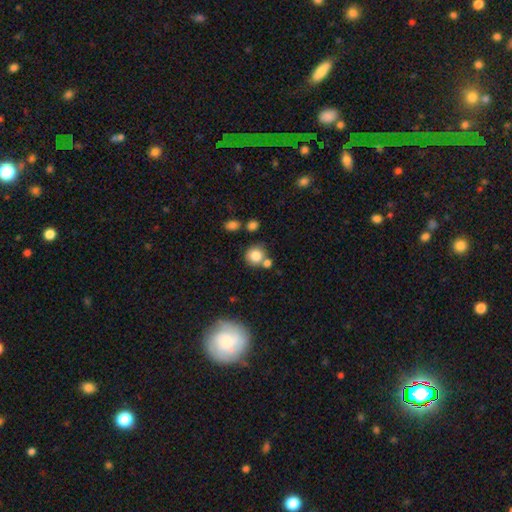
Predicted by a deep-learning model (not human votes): Smooth or featured: smooth — 81% (star or artifact — 10%)
How rounded: round — 86% (in between — 13%)
Merging: none — 61% (merger — 24%)